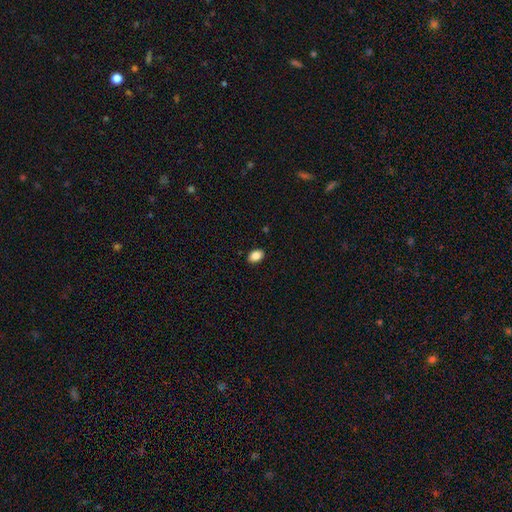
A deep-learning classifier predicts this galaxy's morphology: smooth-or-featured: smooth: 88% | star or artifact: 8% | featured or disk: 4%
  how-rounded: in between: 81% | round: 18% | cigar-shaped: 1%
  merging: none: 89% | minor disturbance: 8% | major disturbance: 2% | merger: 1%